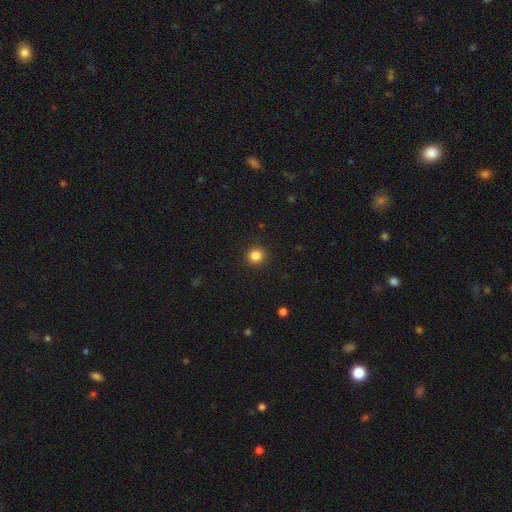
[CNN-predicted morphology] The model was most divided on "smooth or featured": smooth: 85%, star or artifact: 12%, featured or disk: 4%. More confident: merging — none (92%); how rounded — round (92%).